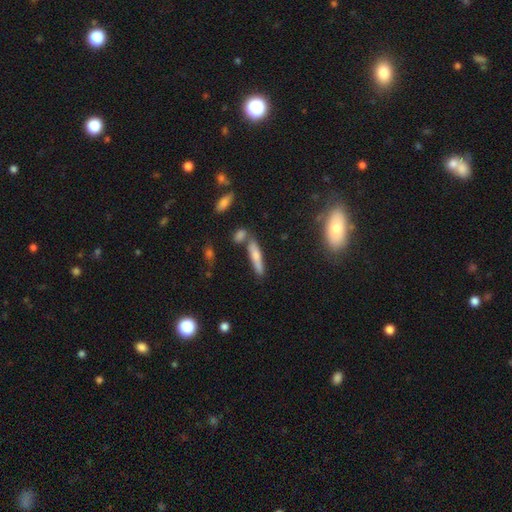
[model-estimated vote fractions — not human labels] Q: Smooth or featured?
A: smooth (64%); runner-up: featured or disk (27%)
Q: How rounded?
A: cigar-shaped (83%); runner-up: in between (15%)
Q: Merging?
A: none (71%); runner-up: minor disturbance (13%)